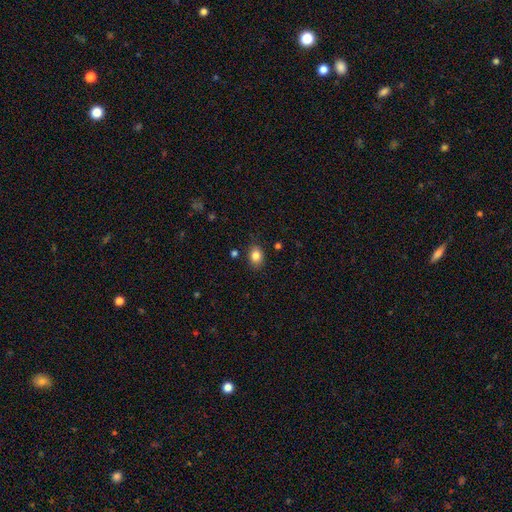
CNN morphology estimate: type=smooth (84%); roundness=in between (63%); merging=none (83%).